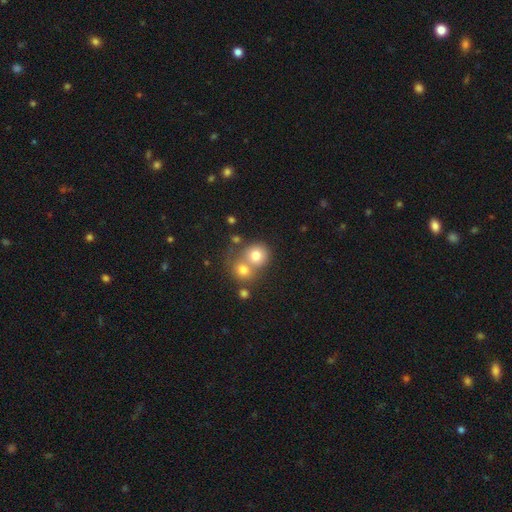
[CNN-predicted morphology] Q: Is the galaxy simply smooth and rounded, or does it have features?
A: smooth — 75%.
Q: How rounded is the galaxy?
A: round — 82%.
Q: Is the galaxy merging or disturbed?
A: merger — 52%.